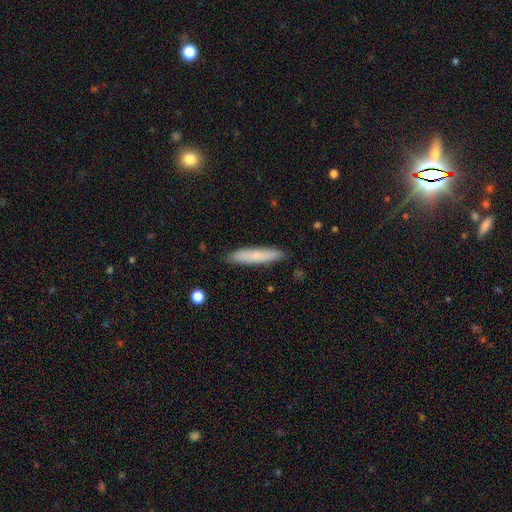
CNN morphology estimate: Q: Smooth or featured?
A: smooth (77%); runner-up: featured or disk (17%)
Q: How rounded?
A: cigar-shaped (85%); runner-up: in between (14%)
Q: Merging?
A: none (89%); runner-up: minor disturbance (8%)